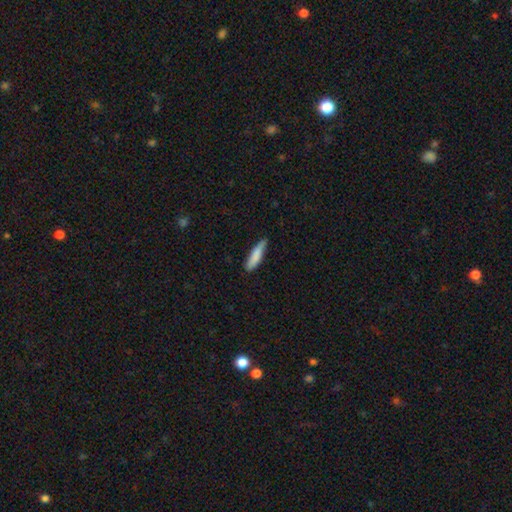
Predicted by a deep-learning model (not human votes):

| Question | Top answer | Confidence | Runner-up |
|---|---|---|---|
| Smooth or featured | smooth | 82% | featured or disk (12%) |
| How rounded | cigar-shaped | 78% | in between (20%) |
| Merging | none | 70% | minor disturbance (24%) |